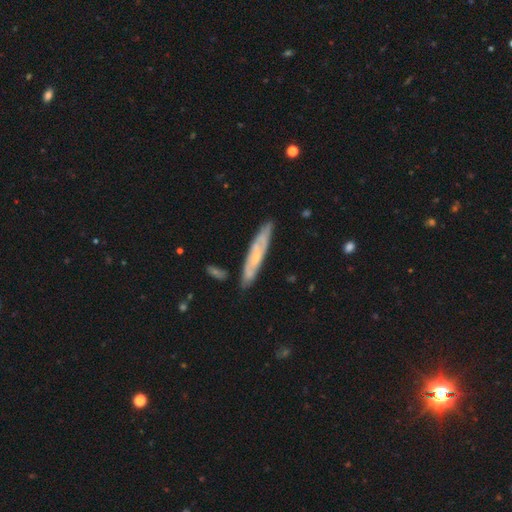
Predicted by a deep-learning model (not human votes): Smooth or featured? featured or disk (57%)
Edge-on disk? yes (59%)
Merging? none (81%)